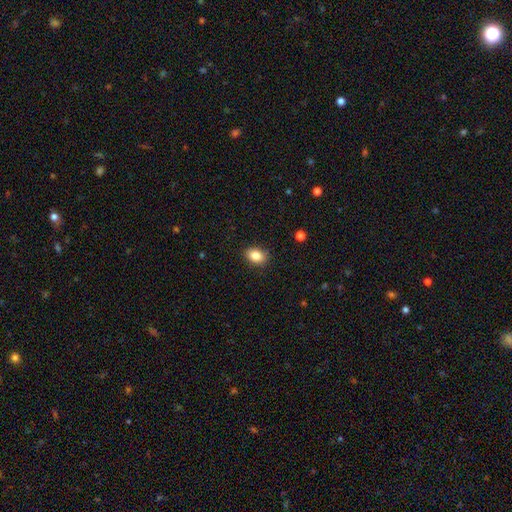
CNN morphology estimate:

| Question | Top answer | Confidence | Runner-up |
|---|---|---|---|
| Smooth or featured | smooth | 85% | star or artifact (9%) |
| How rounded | in between | 78% | round (21%) |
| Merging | none | 87% | minor disturbance (9%) |